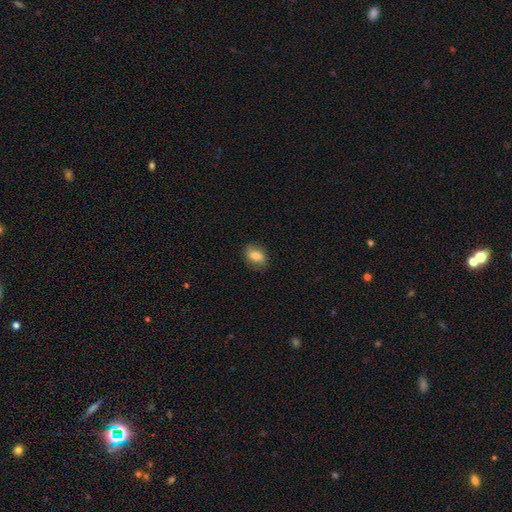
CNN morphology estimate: smooth 79%, featured or disk 13%, star or artifact 8%. Down the decision tree: how rounded — in between (78%); merging — none (84%).